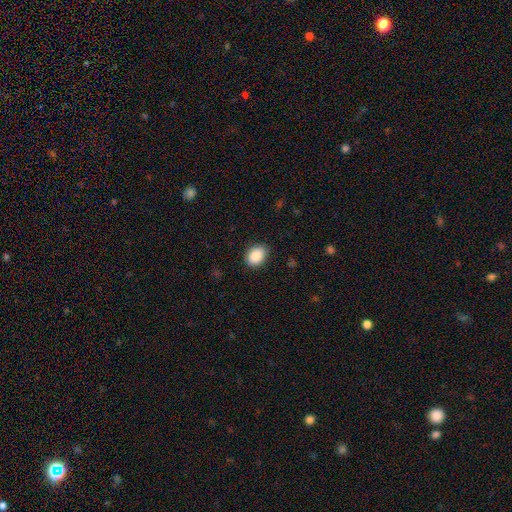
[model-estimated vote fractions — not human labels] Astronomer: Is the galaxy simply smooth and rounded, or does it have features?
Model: smooth — 88%.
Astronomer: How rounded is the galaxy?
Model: in between — 69%.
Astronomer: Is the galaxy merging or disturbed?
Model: none — 86%.